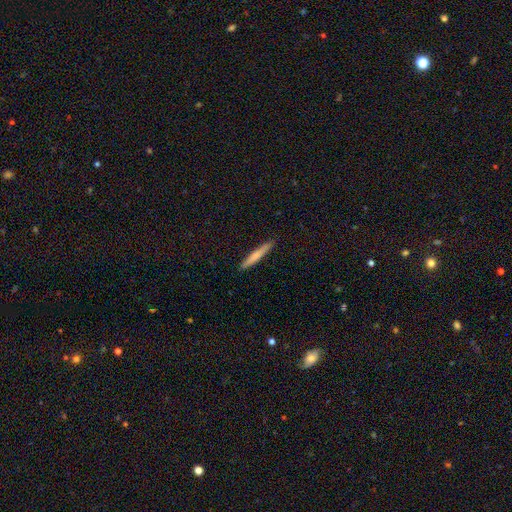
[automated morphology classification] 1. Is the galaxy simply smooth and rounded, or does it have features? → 65% smooth, 30% featured or disk, 5% star or artifact.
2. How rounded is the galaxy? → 95% cigar-shaped, 3% in between, 1% round.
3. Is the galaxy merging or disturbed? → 92% none, 6% minor disturbance, 1% major disturbance, 1% merger.